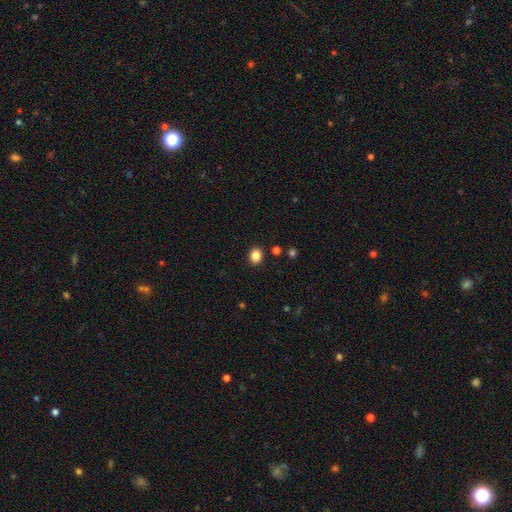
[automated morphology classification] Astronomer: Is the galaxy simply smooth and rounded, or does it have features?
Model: smooth — 86%.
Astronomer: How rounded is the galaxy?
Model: round — 65%.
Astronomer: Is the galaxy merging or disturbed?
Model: none — 90%.